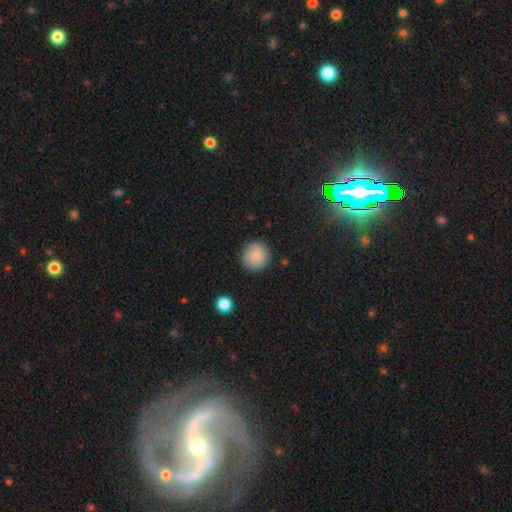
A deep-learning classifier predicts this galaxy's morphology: type=smooth (86%); roundness=round (94%); merging=none (90%).